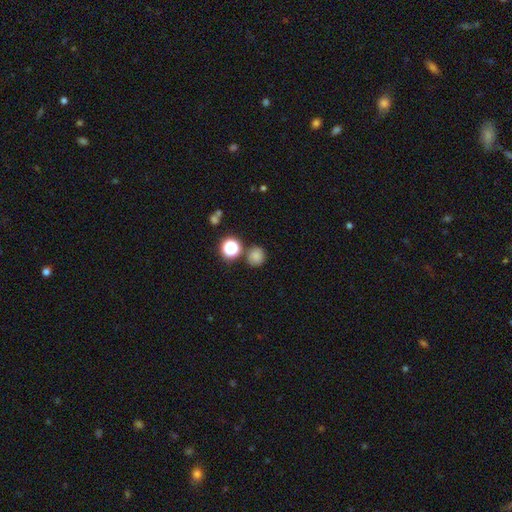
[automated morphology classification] smooth_or_featured: smooth (p=0.78) [alt: star or artifact p=0.17]
how_rounded: round (p=0.88) [alt: in between p=0.11]
merging: none (p=0.77) [alt: minor disturbance p=0.11]